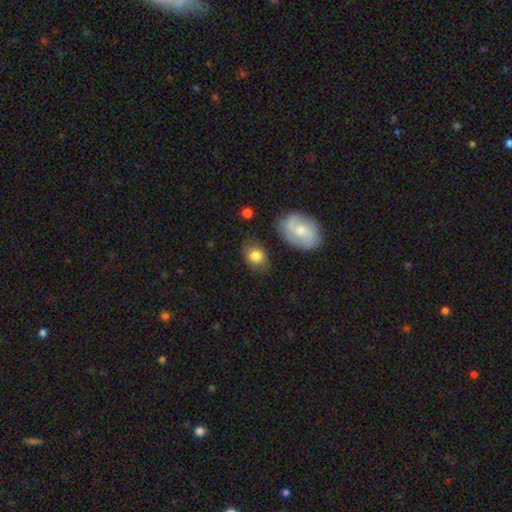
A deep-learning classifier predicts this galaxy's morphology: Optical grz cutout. It shows a smooth galaxy with no disk features (74%) that is in between round and cigar-shaped (51%). Merging: none (68%).